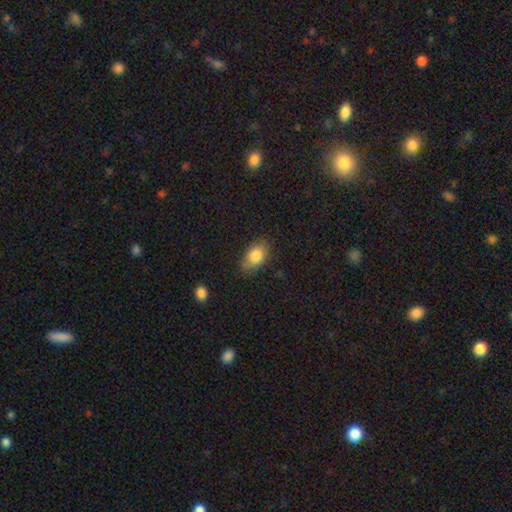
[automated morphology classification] Q: Smooth or featured?
A: smooth (83%); runner-up: featured or disk (9%)
Q: How rounded?
A: in between (86%); runner-up: round (12%)
Q: Merging?
A: none (73%); runner-up: minor disturbance (21%)